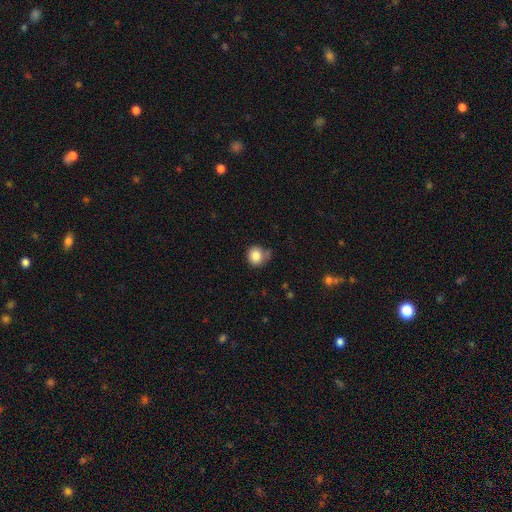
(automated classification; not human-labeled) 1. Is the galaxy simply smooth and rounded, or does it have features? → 84% smooth, 10% star or artifact, 7% featured or disk.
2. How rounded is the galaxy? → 84% round, 15% in between, 1% cigar-shaped.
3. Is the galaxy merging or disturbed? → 61% none, 25% minor disturbance, 7% major disturbance, 6% merger.